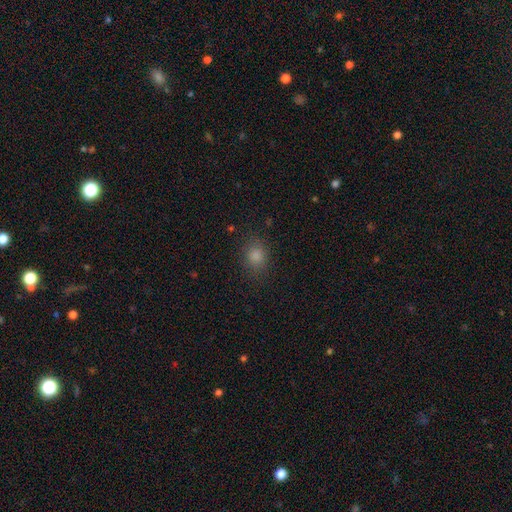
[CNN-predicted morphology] A smooth galaxy with no disk features (78%) that is round (53%).

Vote fractions:
- Smooth or featured? smooth: 78% / star or artifact: 16% / featured or disk: 6%
- How rounded? round: 53% / in between: 46% / cigar-shaped: 1%
- Merging? none: 83% / minor disturbance: 12% / major disturbance: 4% / merger: 1%